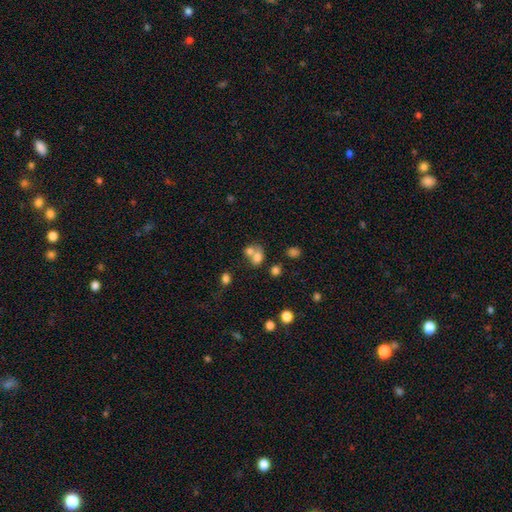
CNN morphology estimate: This is likely a smooth galaxy (71%). How rounded: possibly in between (51%). Merging: possibly merger (59%).